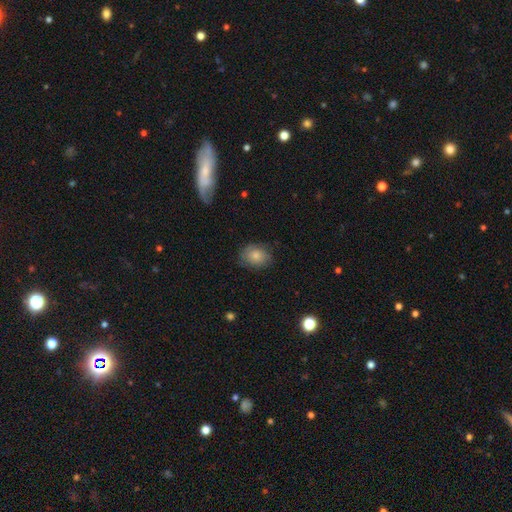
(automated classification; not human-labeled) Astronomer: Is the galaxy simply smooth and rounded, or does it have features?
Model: smooth — 78%.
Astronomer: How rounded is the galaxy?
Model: in between — 55% (runner-up: round, 44%).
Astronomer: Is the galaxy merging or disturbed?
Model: none — 74%.